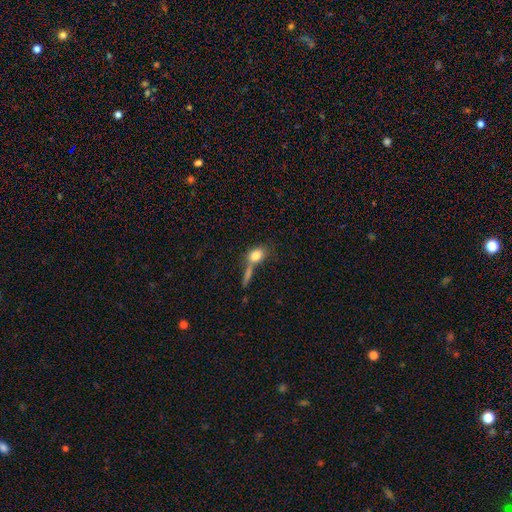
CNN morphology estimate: smooth 80%, featured or disk 12%, star or artifact 8%. Down the decision tree: how rounded — in between (63%); merging — none (41%).